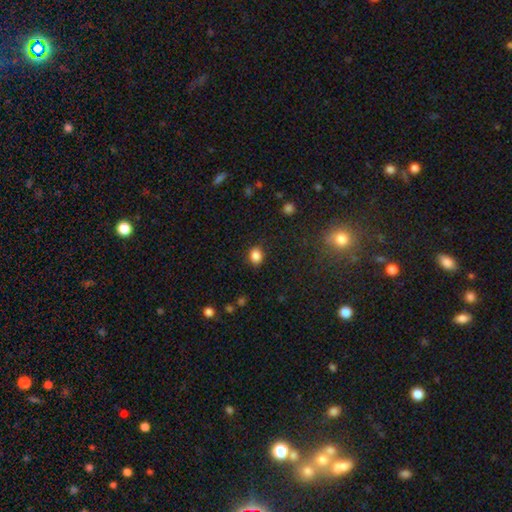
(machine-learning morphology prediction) type=smooth (86%); roundness=in between (57%); merging=none (86%).